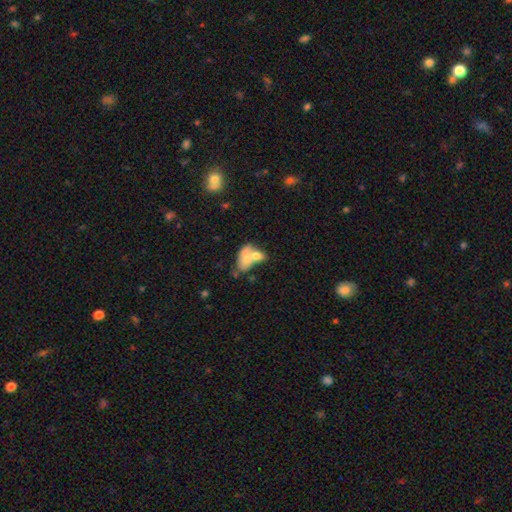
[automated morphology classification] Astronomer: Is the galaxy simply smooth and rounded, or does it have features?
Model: smooth — 63%.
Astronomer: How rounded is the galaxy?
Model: in between — 83%.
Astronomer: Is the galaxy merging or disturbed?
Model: merger — 67%.